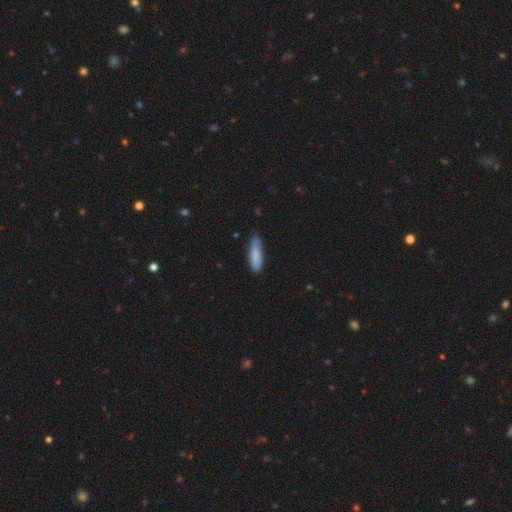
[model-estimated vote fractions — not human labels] Q: Smooth or featured?
A: smooth (83%); runner-up: featured or disk (11%)
Q: How rounded?
A: cigar-shaped (60%); runner-up: in between (39%)
Q: Merging?
A: none (72%); runner-up: minor disturbance (23%)